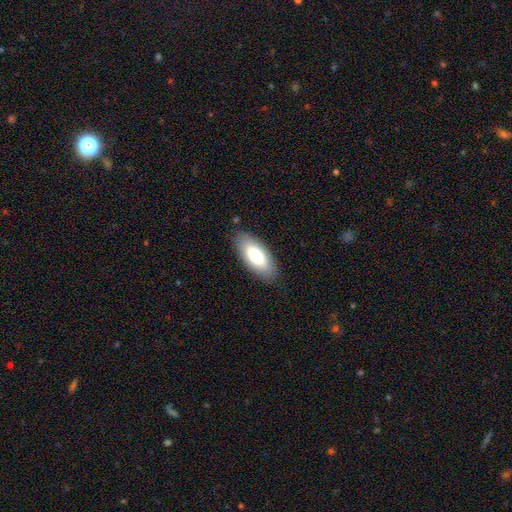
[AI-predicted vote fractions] A smooth galaxy with no disk features (76%) that is in between round and cigar-shaped (87%). Merging: none (86%).